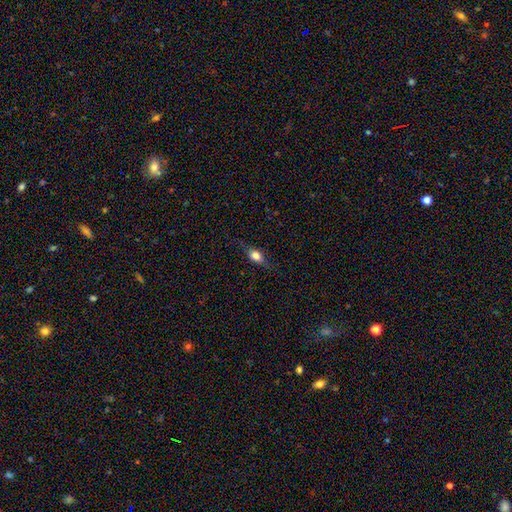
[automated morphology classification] Overall: smooth (66%). How rounded: in between (67%). Merging: none (76%).